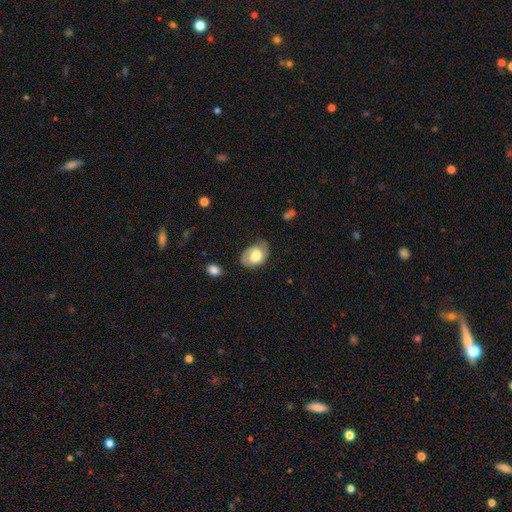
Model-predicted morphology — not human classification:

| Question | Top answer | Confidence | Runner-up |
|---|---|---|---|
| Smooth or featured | smooth | 70% | featured or disk (23%) |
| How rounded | in between | 81% | round (18%) |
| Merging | none | 55% | minor disturbance (32%) |